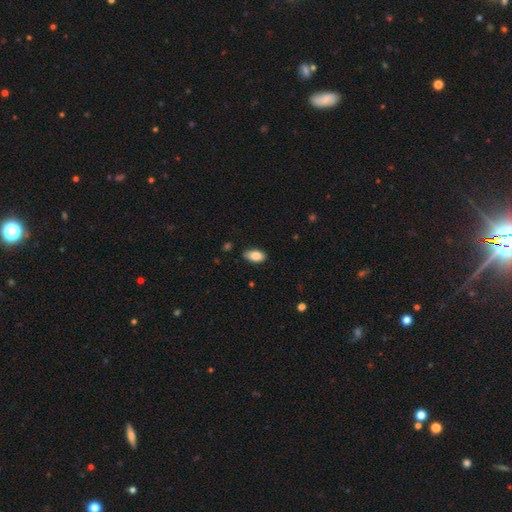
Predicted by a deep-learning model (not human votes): The model was most divided on "merging": none: 80%, minor disturbance: 16%, major disturbance: 2%, merger: 1%. More confident: how rounded — in between (93%); smooth or featured — smooth (85%).